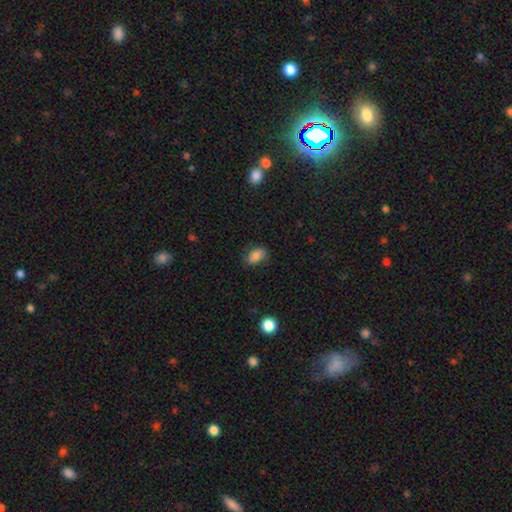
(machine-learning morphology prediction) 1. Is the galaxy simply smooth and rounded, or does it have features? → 84% smooth, 9% star or artifact, 7% featured or disk.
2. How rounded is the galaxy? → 88% in between, 11% round, 2% cigar-shaped.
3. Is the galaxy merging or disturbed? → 76% none, 19% minor disturbance, 4% major disturbance, 1% merger.